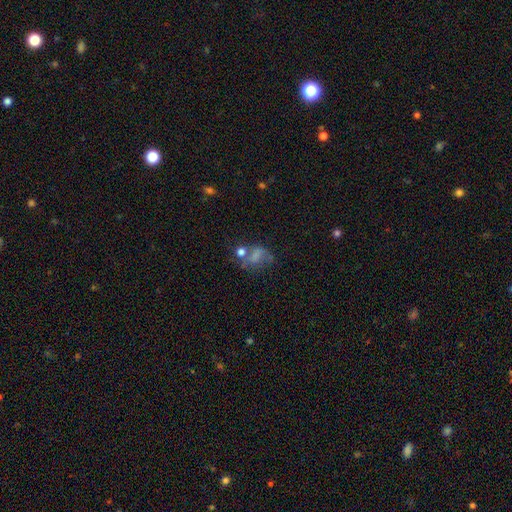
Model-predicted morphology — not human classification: A smooth galaxy with no disk features (53%) that is in between round and cigar-shaped (64%).

Vote fractions:
- Smooth or featured? smooth: 53% / featured or disk: 29% / star or artifact: 18%
- How rounded? in between: 64% / round: 34% / cigar-shaped: 2%
- Merging? none: 29% / major disturbance: 28% / merger: 23% / minor disturbance: 19%